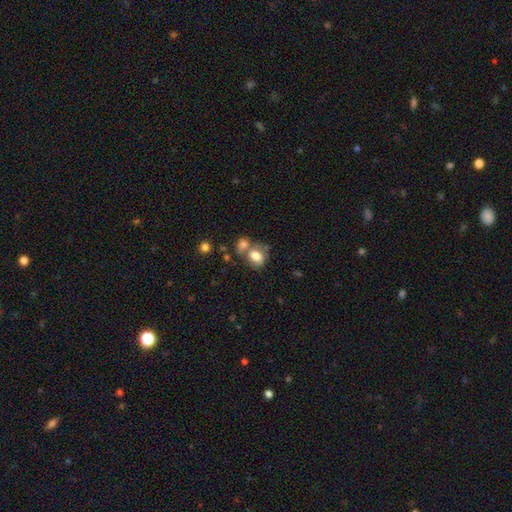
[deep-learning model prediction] smooth_or_featured: smooth (p=0.73) [alt: featured or disk p=0.18]
how_rounded: in between (p=0.54) [alt: round p=0.45]
merging: merger (p=0.42) [alt: none p=0.35]